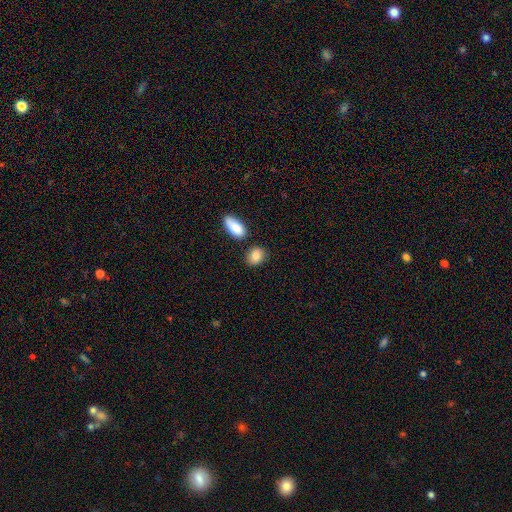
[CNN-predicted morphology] smooth 86%, star or artifact 8%, featured or disk 6%. Down the decision tree: how rounded — in between (58%); merging — none (74%).